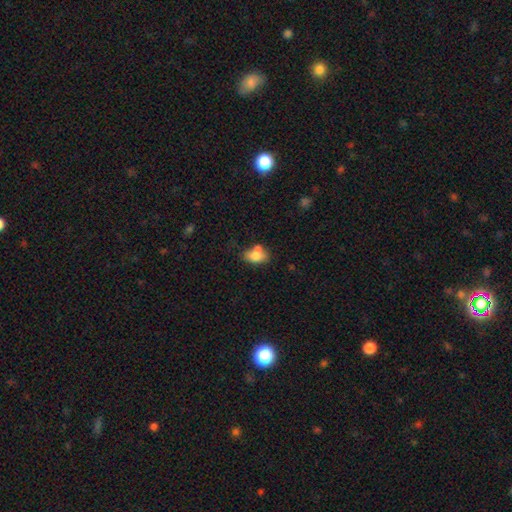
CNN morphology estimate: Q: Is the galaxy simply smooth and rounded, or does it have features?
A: smooth — 76%.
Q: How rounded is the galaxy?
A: in between — 83%.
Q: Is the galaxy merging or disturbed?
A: none — 44%.